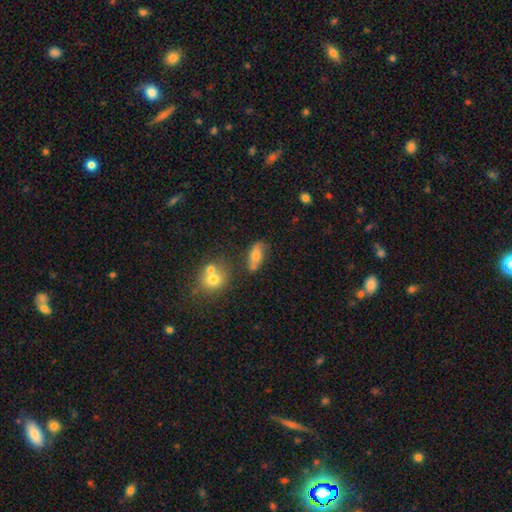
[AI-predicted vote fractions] smooth-or-featured: smooth: 66% | featured or disk: 25% | star or artifact: 9%
  how-rounded: in between: 78% | cigar-shaped: 16% | round: 6%
  merging: none: 61% | minor disturbance: 20% | merger: 13% | major disturbance: 7%